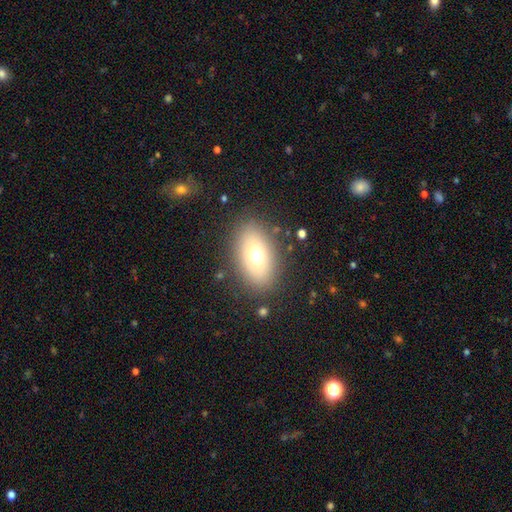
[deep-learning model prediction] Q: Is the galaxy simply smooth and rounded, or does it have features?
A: smooth — 66%.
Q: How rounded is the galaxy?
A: in between — 77%.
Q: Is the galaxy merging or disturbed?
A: none — 84%.